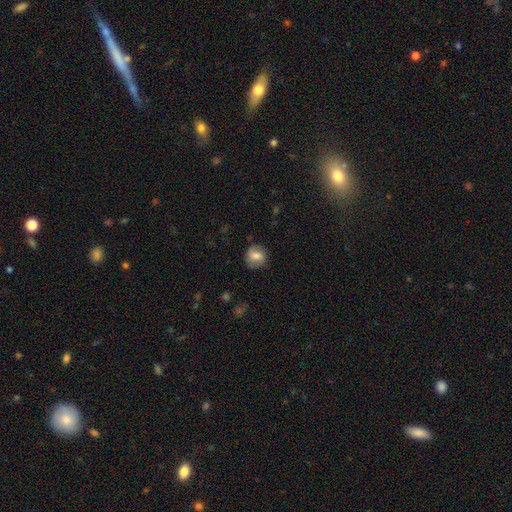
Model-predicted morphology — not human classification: Smooth or featured?
  - smooth: 68% *
  - featured or disk: 24%
  - star or artifact: 9%
How rounded?
  - round: 81% *
  - in between: 18%
  - cigar-shaped: 1%
Merging?
  - none: 80% *
  - minor disturbance: 14%
  - major disturbance: 4%
  - merger: 1%